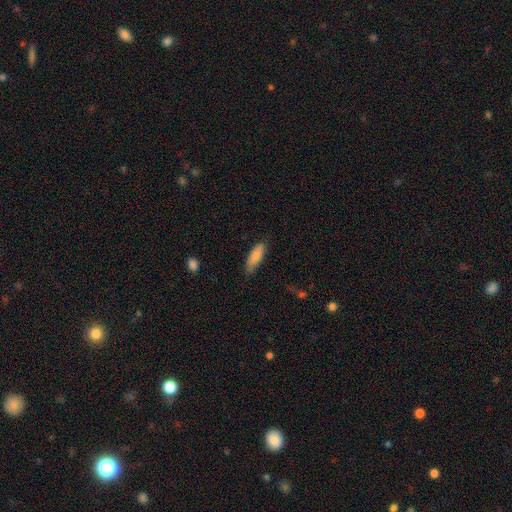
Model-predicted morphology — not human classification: The model was most divided on "how rounded": in between: 54%, cigar-shaped: 45%, round: 2%. More confident: smooth or featured — smooth (83%); merging — none (76%).